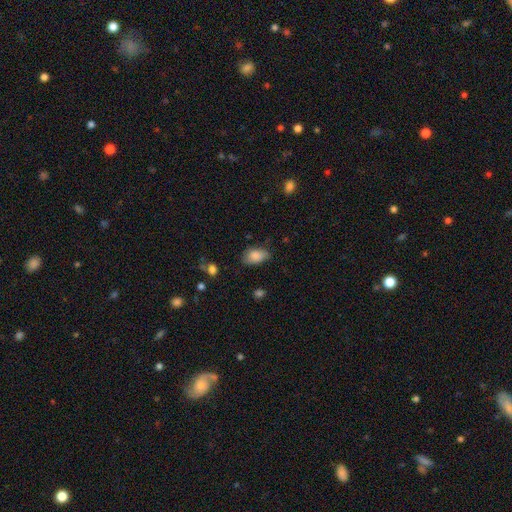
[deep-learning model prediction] This is clearly a smooth galaxy (84%). How rounded: clearly in between (91%). Merging: likely none (64%).